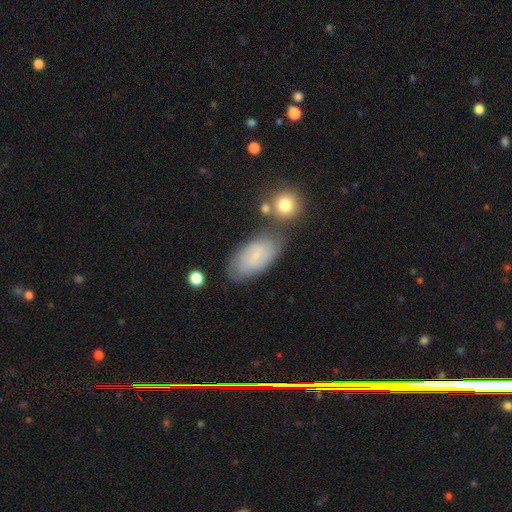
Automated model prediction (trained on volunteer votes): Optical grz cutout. It shows a smooth galaxy with no disk features (56%) that is in between round and cigar-shaped (93%). Merging: none (65%).